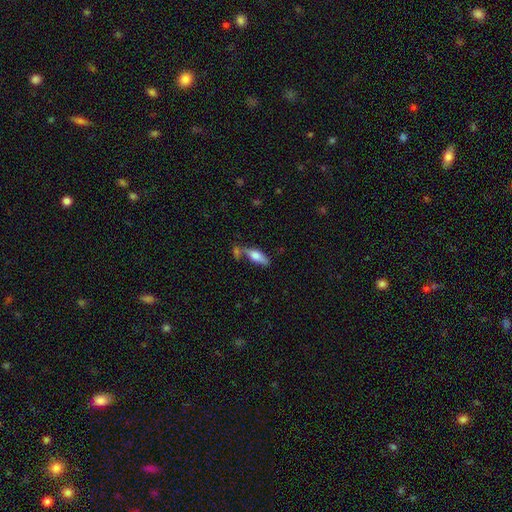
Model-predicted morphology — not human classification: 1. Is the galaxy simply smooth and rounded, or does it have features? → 63% smooth, 30% featured or disk, 7% star or artifact.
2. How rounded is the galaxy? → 58% in between, 39% cigar-shaped, 3% round.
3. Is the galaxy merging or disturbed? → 47% none, 27% merger, 17% minor disturbance, 9% major disturbance.